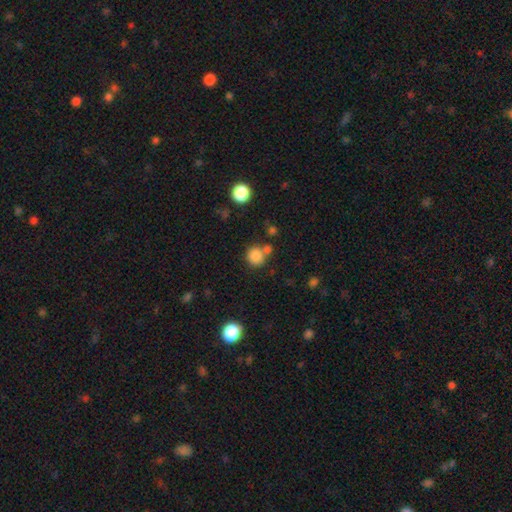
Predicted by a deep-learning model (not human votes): Overall: smooth (83%). How rounded: round (90%). Merging: none (65%).